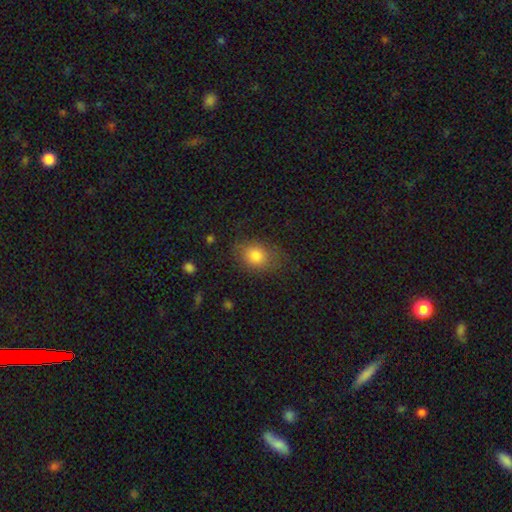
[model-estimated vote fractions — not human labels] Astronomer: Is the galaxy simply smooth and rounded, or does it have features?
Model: smooth — 80%.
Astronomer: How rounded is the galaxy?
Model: in between — 62%.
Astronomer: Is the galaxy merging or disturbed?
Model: none — 71%.